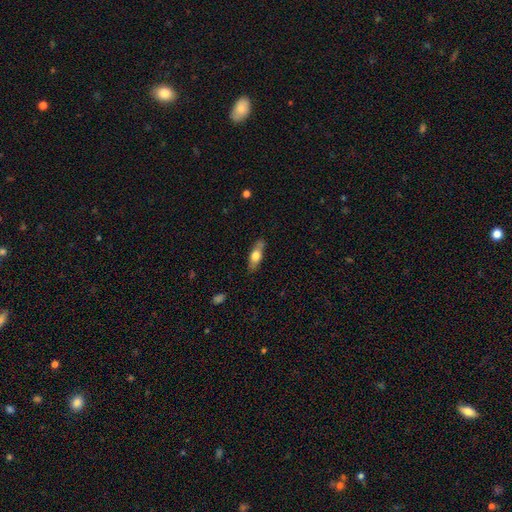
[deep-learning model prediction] Morphology: type=smooth (62%); roundness=in between (59%); merging=none (78%).